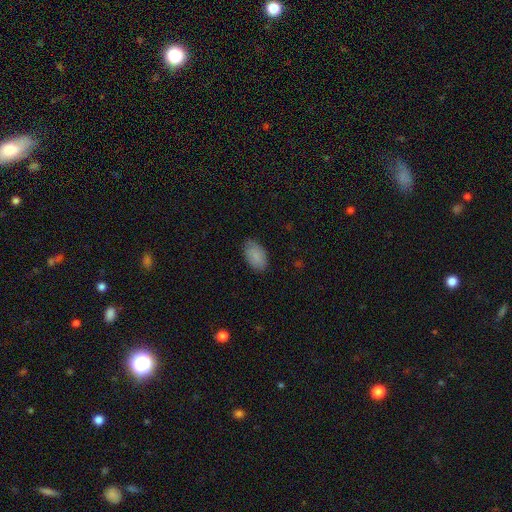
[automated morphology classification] smooth_or_featured: smooth (p=0.86) [alt: featured or disk p=0.08]
how_rounded: in between (p=0.94) [alt: round p=0.05]
merging: none (p=0.79) [alt: minor disturbance p=0.16]